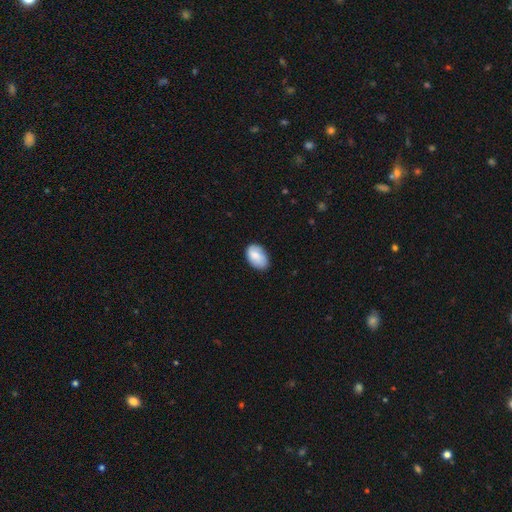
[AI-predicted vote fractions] smooth-or-featured: smooth: 82% | featured or disk: 12% | star or artifact: 6%
  how-rounded: in between: 91% | round: 7% | cigar-shaped: 1%
  merging: none: 76% | minor disturbance: 20% | major disturbance: 3% | merger: 1%